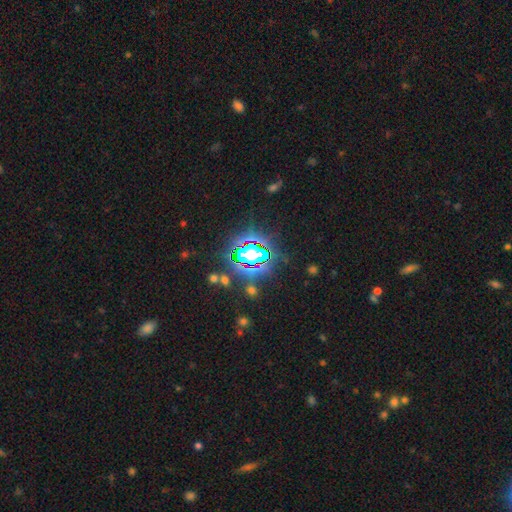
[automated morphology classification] Smooth or featured?
  - star or artifact: 81% *
  - smooth: 11%
  - featured or disk: 8%